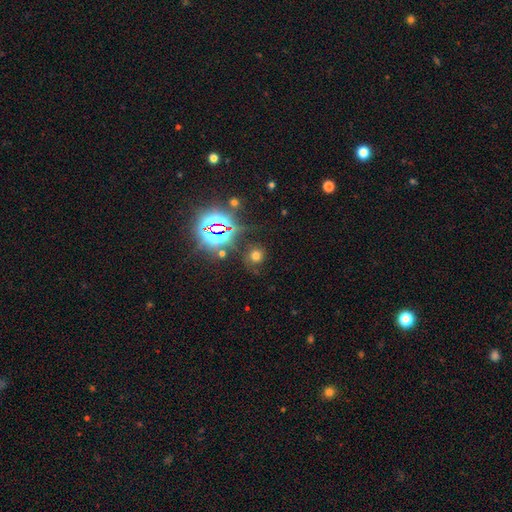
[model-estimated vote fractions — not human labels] Overall: smooth (56%; star or artifact 33%). How rounded: round (84%). Merging: none (76%).